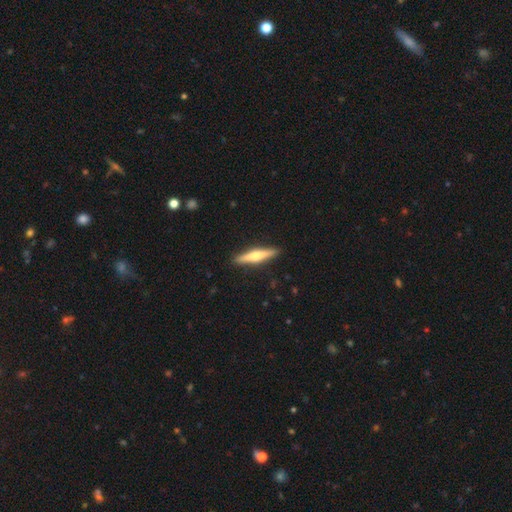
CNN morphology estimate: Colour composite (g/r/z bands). It shows a featured or disk galaxy (54%) viewed edge-on (97%) with a rounded central bulge (86%). Merging: none (91%).